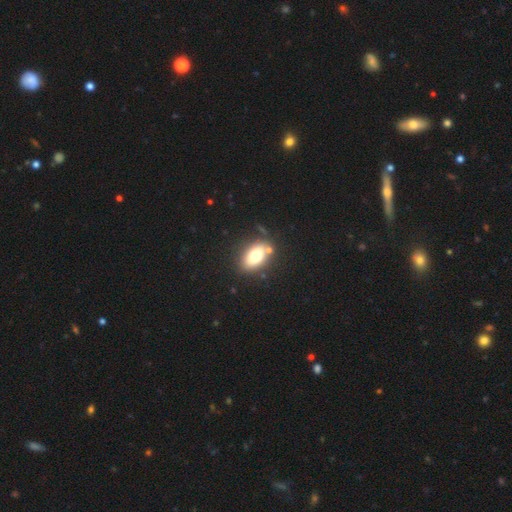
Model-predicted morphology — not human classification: Smooth or featured?
  - smooth: 72% *
  - featured or disk: 19%
  - star or artifact: 9%
How rounded?
  - in between: 87% *
  - round: 10%
  - cigar-shaped: 4%
Merging?
  - none: 74% *
  - minor disturbance: 13%
  - merger: 9%
  - major disturbance: 4%